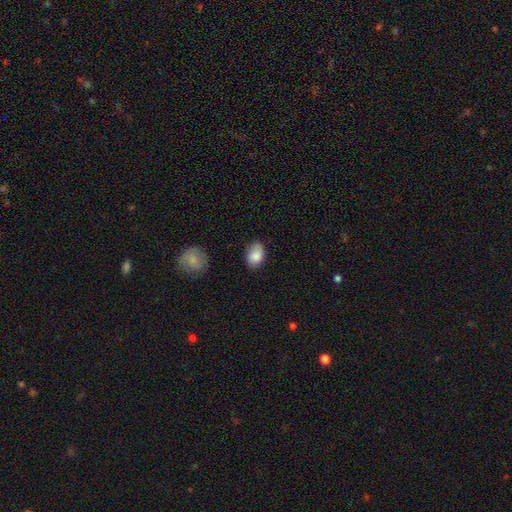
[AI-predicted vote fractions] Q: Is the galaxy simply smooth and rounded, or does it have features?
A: smooth — 86%.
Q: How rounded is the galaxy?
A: in between — 85%.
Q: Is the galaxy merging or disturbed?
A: none — 72%.